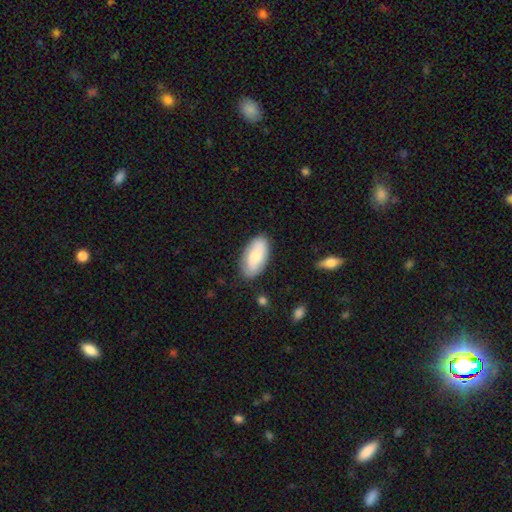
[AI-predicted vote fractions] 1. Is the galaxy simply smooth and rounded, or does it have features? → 71% smooth, 23% featured or disk, 6% star or artifact.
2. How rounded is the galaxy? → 94% in between, 3% cigar-shaped, 3% round.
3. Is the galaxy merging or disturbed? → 82% none, 13% minor disturbance, 3% major disturbance, 2% merger.